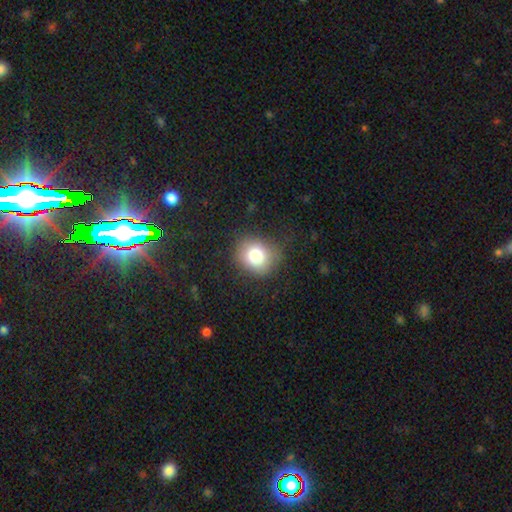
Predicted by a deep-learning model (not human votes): The model was most divided on "how rounded": round: 75%, in between: 24%, cigar-shaped: 1%. More confident: smooth or featured — smooth (79%); merging — none (78%).